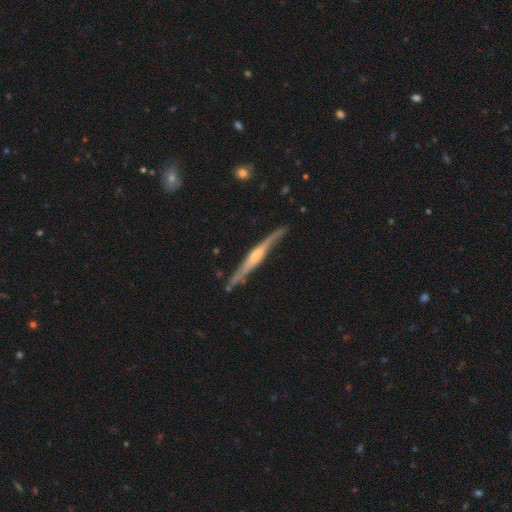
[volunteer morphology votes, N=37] Volunteers were most divided on "smooth or featured": featured or disk: 70%, smooth: 27%, star or artifact: 3%. More confident: edge-on disk — yes (100%); merging — none (75%); edge-on bulge — rounded (73%).